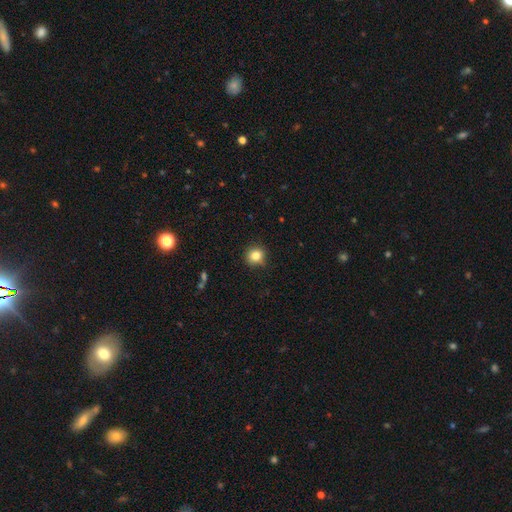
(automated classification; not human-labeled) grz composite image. It shows a smooth galaxy with no disk features (83%) that is round (89%). Merging: none (84%).